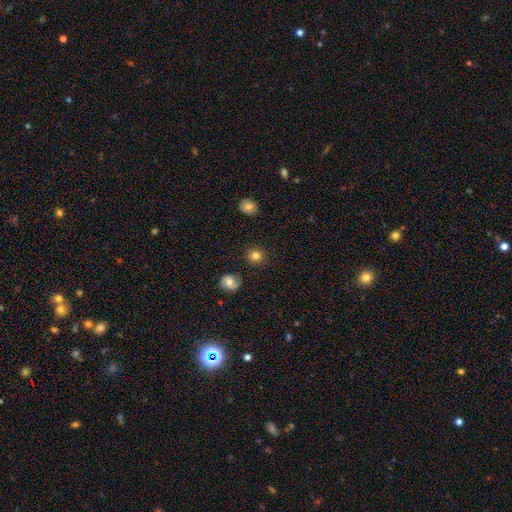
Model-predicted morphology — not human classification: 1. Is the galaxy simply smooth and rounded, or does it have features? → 83% smooth, 11% star or artifact, 6% featured or disk.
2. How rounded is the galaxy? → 90% round, 9% in between, 1% cigar-shaped.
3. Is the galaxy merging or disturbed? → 89% none, 7% minor disturbance, 2% major disturbance, 2% merger.